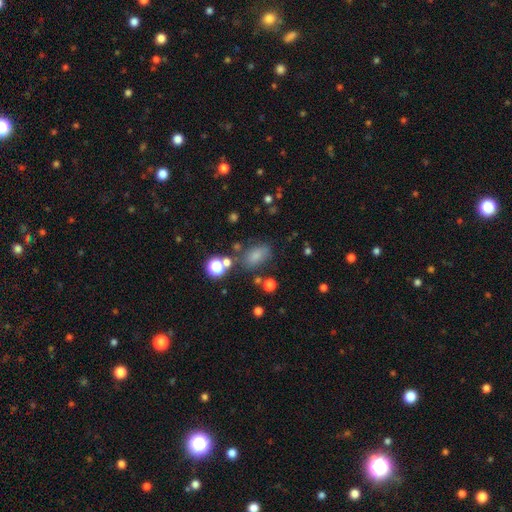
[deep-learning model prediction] This is likely a smooth galaxy (73%). How rounded: likely in between (80%). Merging: likely none (66%).